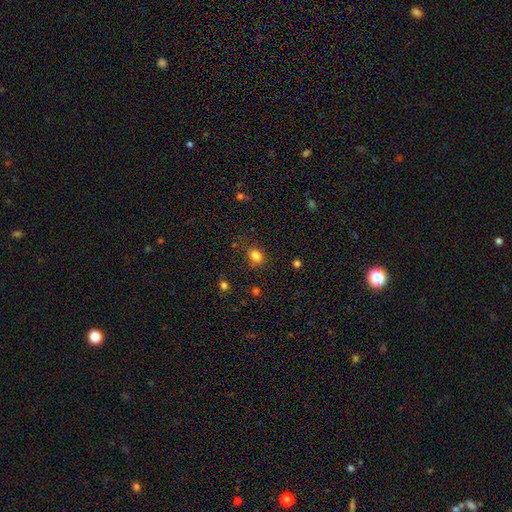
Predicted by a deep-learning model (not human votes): Smooth or featured? smooth (80%)
How rounded? in between (54%)
Merging? none (76%)